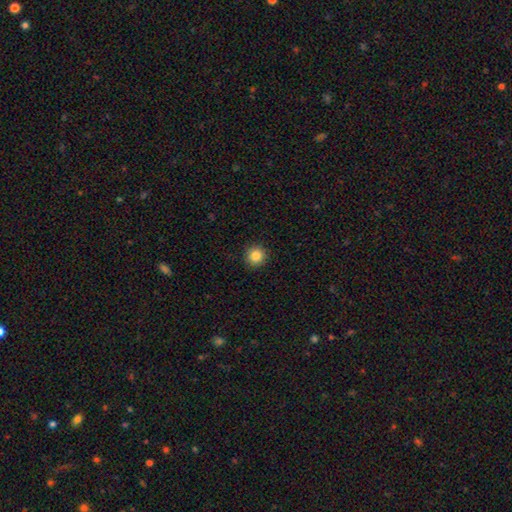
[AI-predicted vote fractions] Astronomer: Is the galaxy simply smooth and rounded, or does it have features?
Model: smooth — 85%.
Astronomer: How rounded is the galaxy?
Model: round — 93%.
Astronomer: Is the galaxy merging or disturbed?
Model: none — 92%.